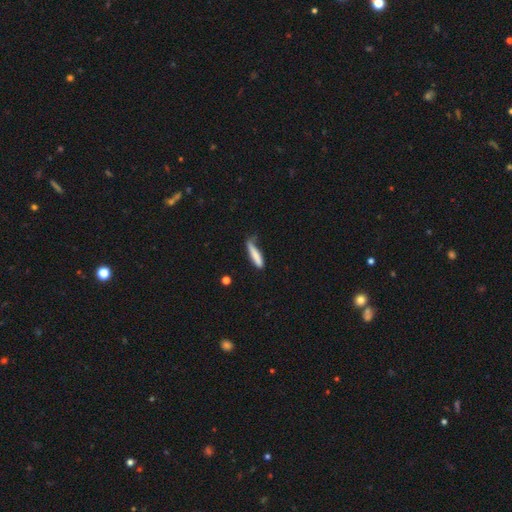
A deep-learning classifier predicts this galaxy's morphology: This appears to be a smooth galaxy with no disk features (77%) that is cigar-shaped (83%). Merging: none (44%).